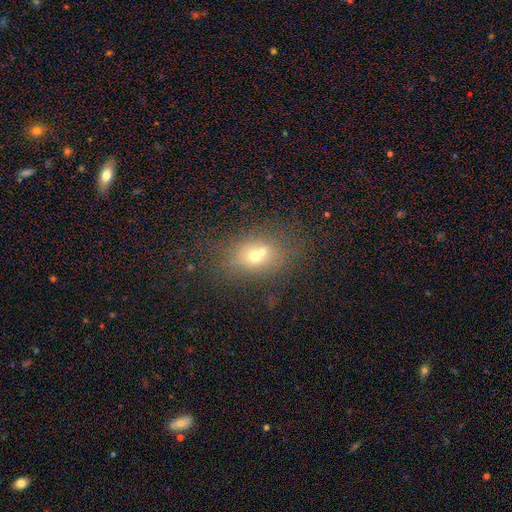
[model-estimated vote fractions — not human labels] smooth-or-featured: smooth: 57% | featured or disk: 25% | star or artifact: 18%
  how-rounded: in between: 53% | round: 45% | cigar-shaped: 2%
  merging: merger: 42% | none: 41% | minor disturbance: 11% | major disturbance: 6%